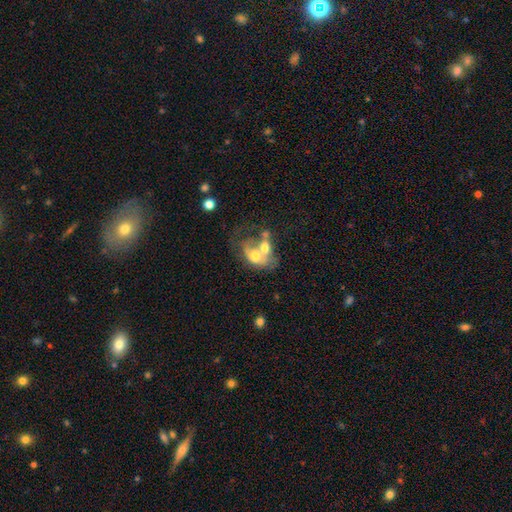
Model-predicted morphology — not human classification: featured or disk 47%, smooth 44%, star or artifact 9%. Down the decision tree: merging — merger (68%).